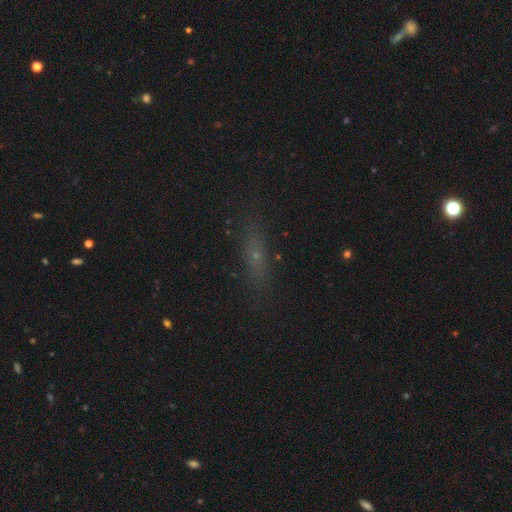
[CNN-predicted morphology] Overall: smooth (50%; featured or disk 26%). Merging: none (81%).